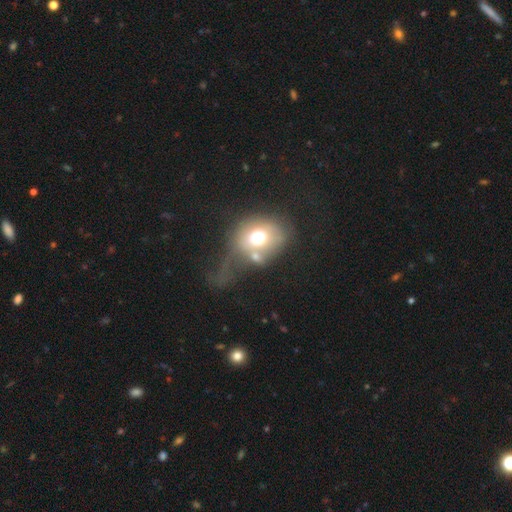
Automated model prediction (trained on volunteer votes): Smooth or featured? Predicted: smooth (p=0.62). How rounded? Predicted: round (p=0.59). Merging? Predicted: major disturbance (p=0.35).